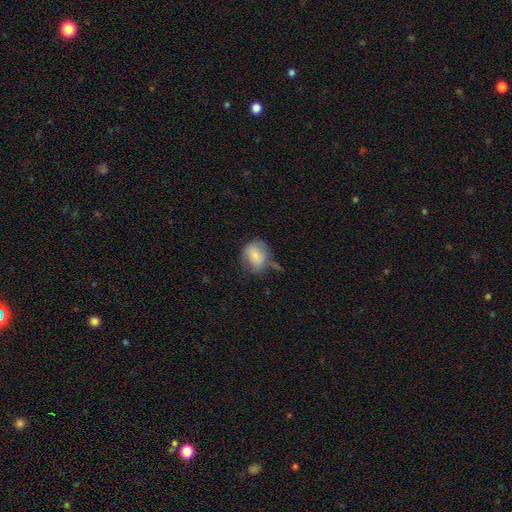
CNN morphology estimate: smooth 75%, featured or disk 17%, star or artifact 8%. Down the decision tree: how rounded — round (52%); merging — none (44%).